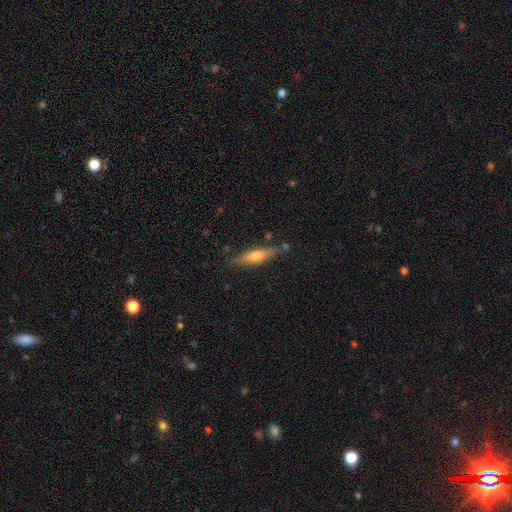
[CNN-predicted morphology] smooth_or_featured: featured or disk (p=0.49) [alt: smooth p=0.44]
merging: none (p=0.79) [alt: minor disturbance p=0.14]